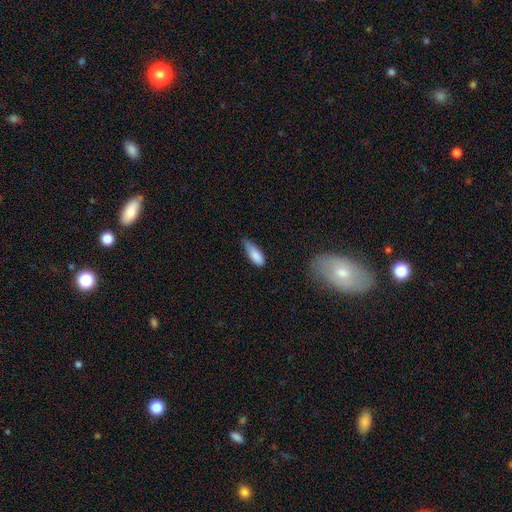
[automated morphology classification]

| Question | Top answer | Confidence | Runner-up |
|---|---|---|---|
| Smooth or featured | smooth | 85% | featured or disk (8%) |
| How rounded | in between | 68% | cigar-shaped (30%) |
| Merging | minor disturbance | 48% | none (37%) |